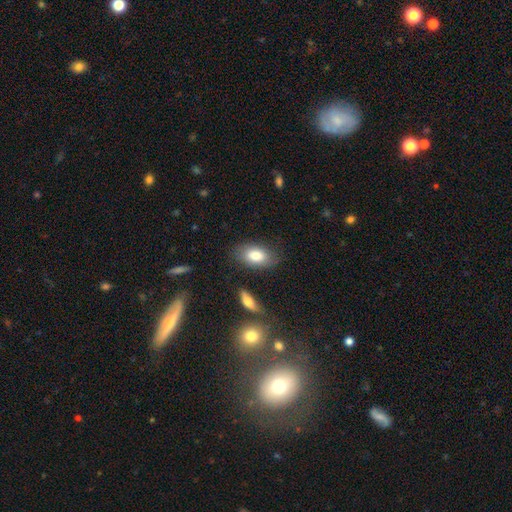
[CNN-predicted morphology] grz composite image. It shows a smooth galaxy with no disk features (80%) that is in between round and cigar-shaped (91%). Merging: none (78%).